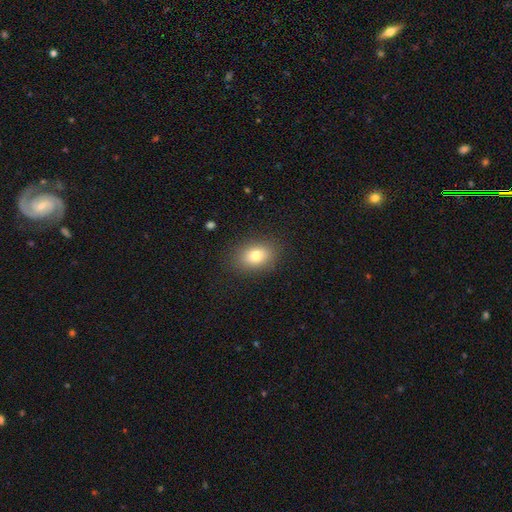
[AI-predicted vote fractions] Smooth or featured? smooth (78%)
How rounded? in between (72%)
Merging? none (86%)